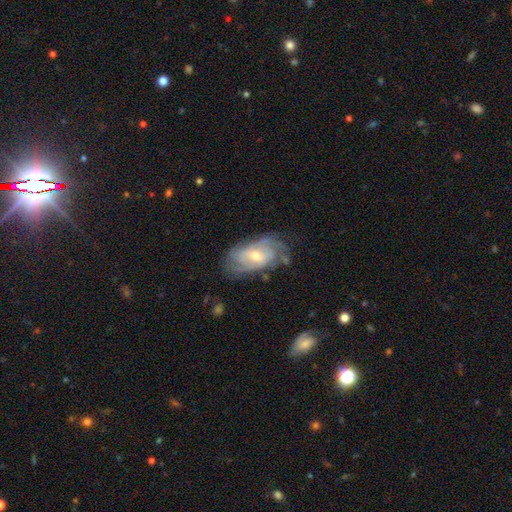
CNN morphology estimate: smooth-or-featured: featured or disk: 75% | smooth: 18% | star or artifact: 7%
  disk-edge-on: no: 94% | yes: 6%
    bar: no: 45% | weak: 44% | strong: 11%
    has-spiral-arms: yes: 87% | no: 13%
      spiral-winding: tight: 51% | medium: 36% | loose: 14%
      spiral-arm-count: can't tell: 45% | 2: 23% | 3: 16% | 4: 9% | 1: 4% | more than 4: 4%
    bulge-size: moderate: 49% | small: 47% | large: 2% | none: 1% | dominant: 1%
  merging: none: 63% | minor disturbance: 25% | major disturbance: 11% | merger: 2%